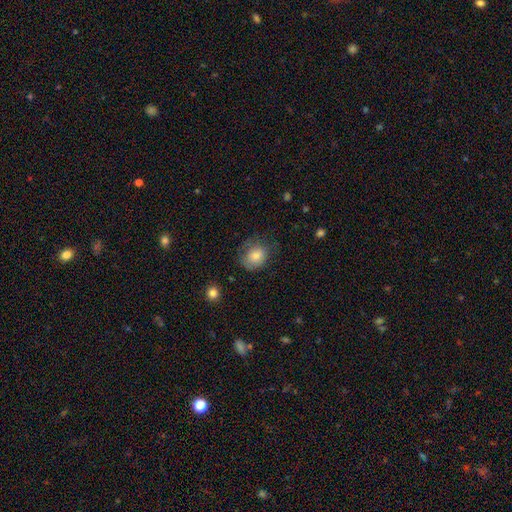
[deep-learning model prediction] Smooth or featured? Predicted: smooth (p=0.78). How rounded? Predicted: round (p=0.67). Merging? Predicted: none (p=0.63).